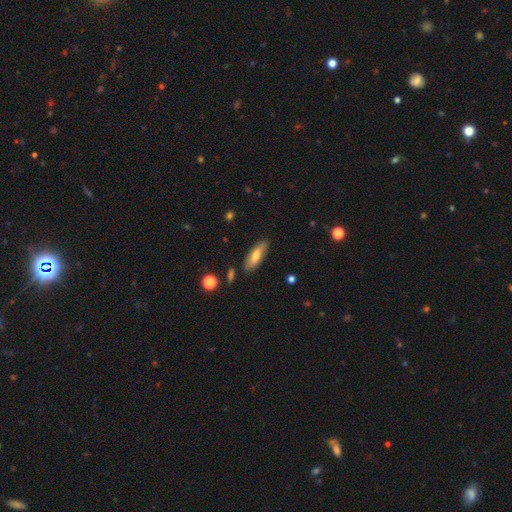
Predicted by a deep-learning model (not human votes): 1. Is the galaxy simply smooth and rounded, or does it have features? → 64% smooth, 29% featured or disk, 7% star or artifact.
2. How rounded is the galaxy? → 60% in between, 38% cigar-shaped, 3% round.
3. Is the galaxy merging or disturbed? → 83% none, 12% minor disturbance, 2% major disturbance, 2% merger.